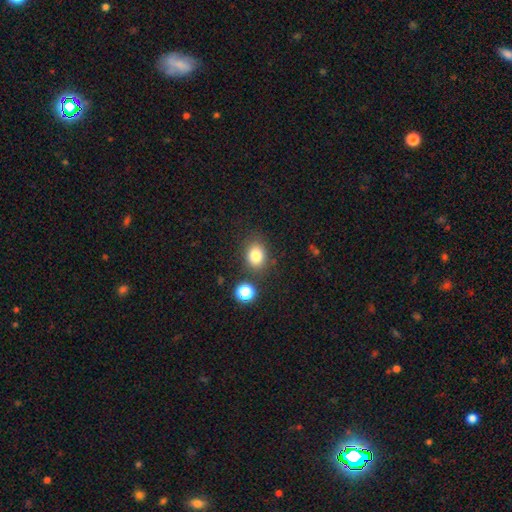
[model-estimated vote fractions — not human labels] This is clearly a smooth galaxy (81%). How rounded: possibly round (50%). Merging: likely none (79%).